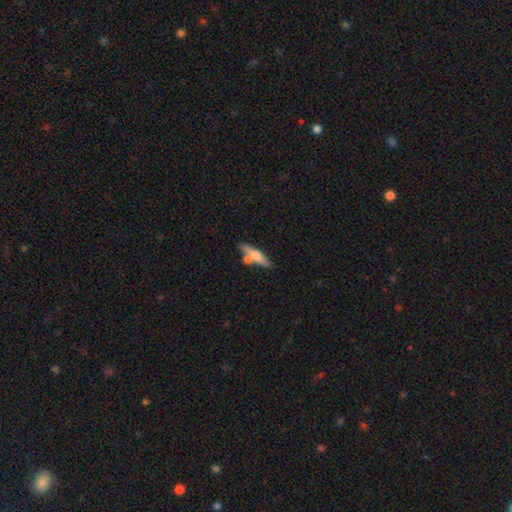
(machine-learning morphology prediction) Q: Smooth or featured?
A: smooth (52%); runner-up: featured or disk (42%)
Q: How rounded?
A: cigar-shaped (76%); runner-up: in between (21%)
Q: Merging?
A: none (63%); runner-up: merger (21%)